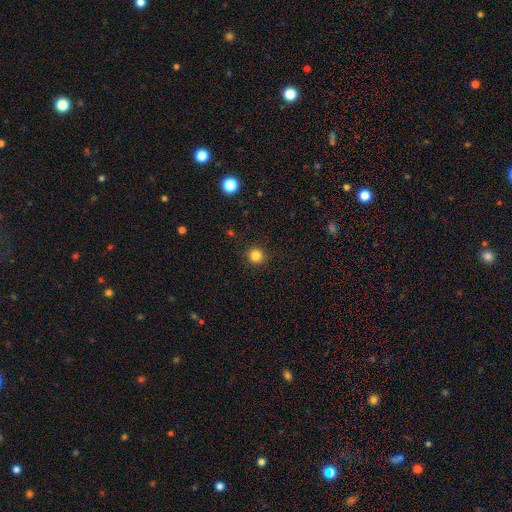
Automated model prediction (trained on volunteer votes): This appears to be a smooth galaxy with no disk features (84%) that is round (94%). Merging: none (91%).